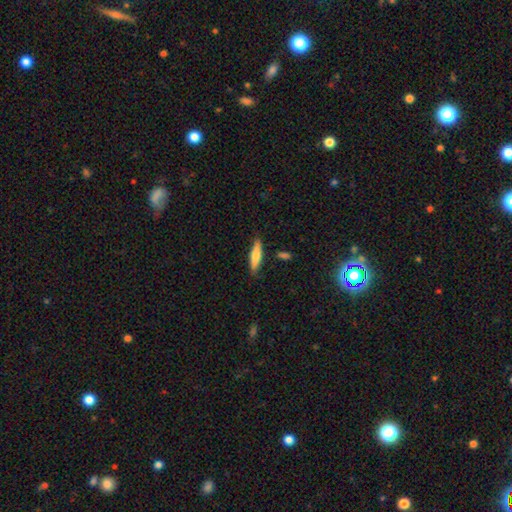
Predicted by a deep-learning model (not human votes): Overall: smooth (72%). How rounded: cigar-shaped (74%). Merging: none (82%).